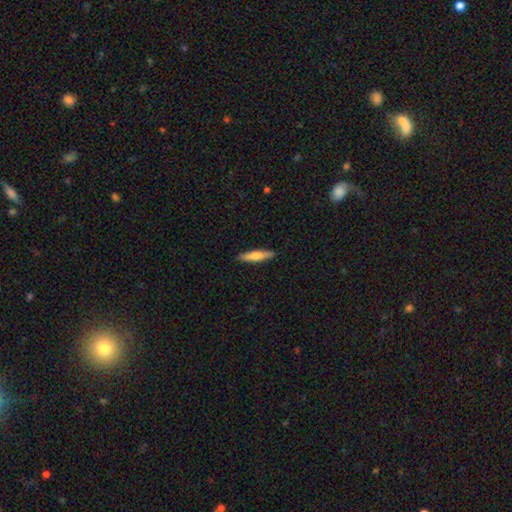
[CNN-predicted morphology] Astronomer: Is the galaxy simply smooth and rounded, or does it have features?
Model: smooth — 62%.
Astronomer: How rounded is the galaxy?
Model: cigar-shaped — 84%.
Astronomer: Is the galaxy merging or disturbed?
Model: none — 90%.